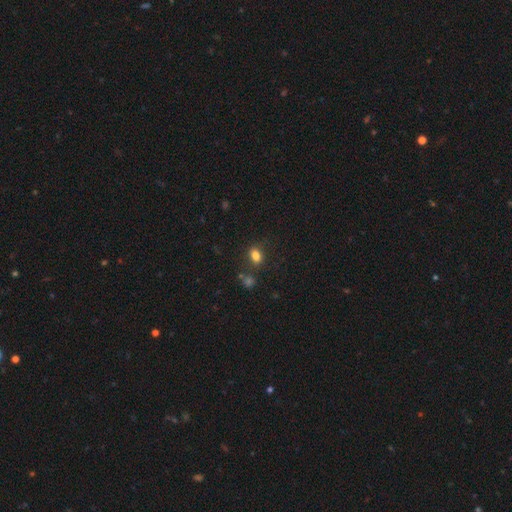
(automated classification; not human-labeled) The model was most divided on "how rounded": in between: 69%, round: 29%, cigar-shaped: 2%. More confident: smooth or featured — smooth (81%); merging — none (74%).